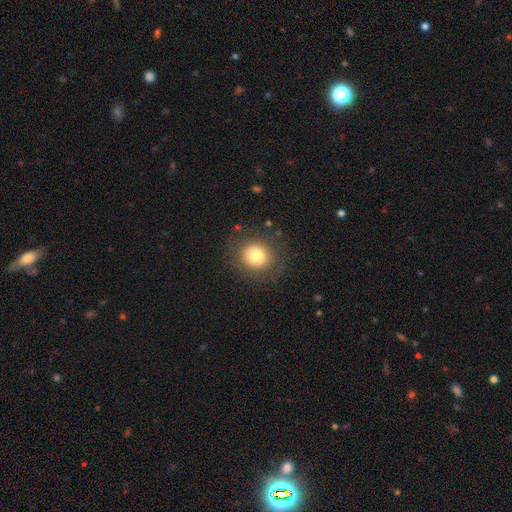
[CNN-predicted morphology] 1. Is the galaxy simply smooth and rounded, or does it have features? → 78% smooth, 11% featured or disk, 11% star or artifact.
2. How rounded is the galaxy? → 87% round, 12% in between, 1% cigar-shaped.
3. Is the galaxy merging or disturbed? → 85% none, 9% minor disturbance, 5% major disturbance, 1% merger.